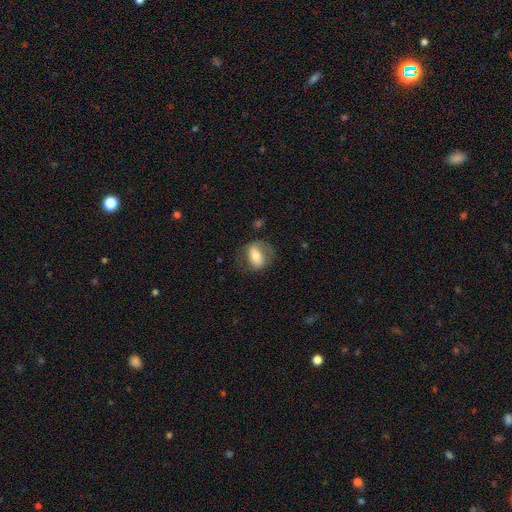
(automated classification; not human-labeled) smooth 52%, featured or disk 41%, star or artifact 7%. Down the decision tree: how rounded — in between (75%); merging — none (64%).